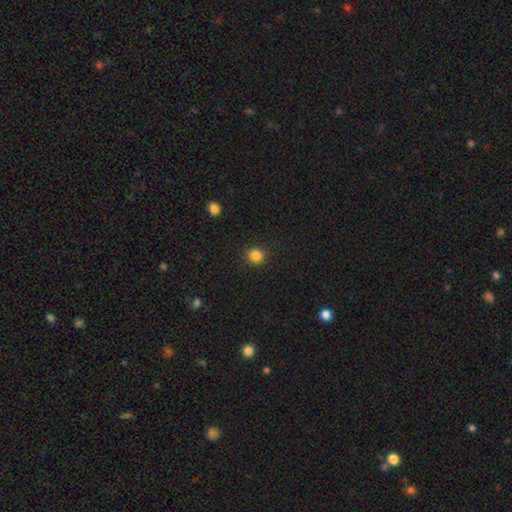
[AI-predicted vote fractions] Overall: smooth (85%). How rounded: round (92%). Merging: none (91%).